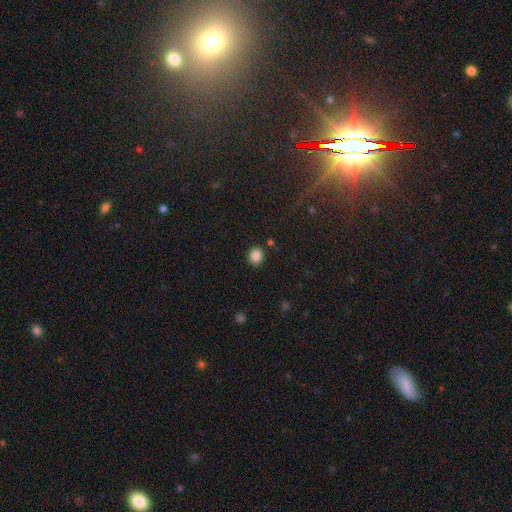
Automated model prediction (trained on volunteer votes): Smooth or featured? smooth (86%)
How rounded? round (66%)
Merging? none (87%)